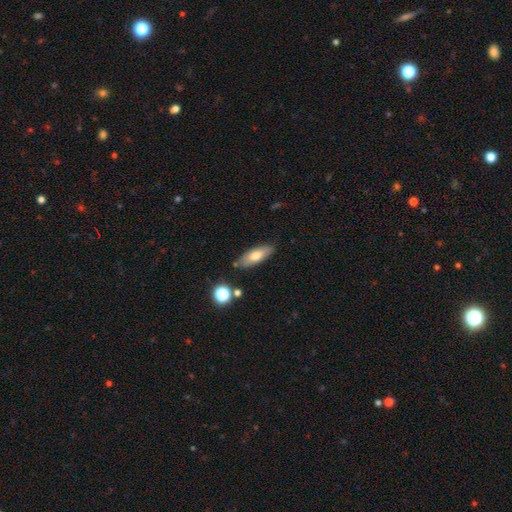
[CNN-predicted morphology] A smooth galaxy with no disk features (70%) that is in between round and cigar-shaped (70%). Merging: none (80%).